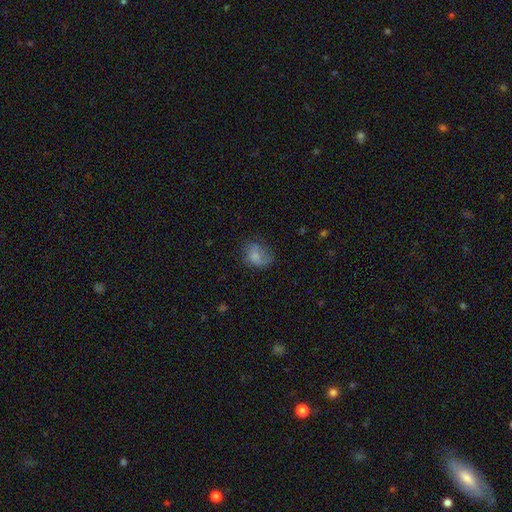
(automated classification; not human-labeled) Q: Smooth or featured?
A: smooth (63%); runner-up: featured or disk (28%)
Q: How rounded?
A: in between (53%); runner-up: round (46%)
Q: Merging?
A: none (49%); runner-up: minor disturbance (28%)